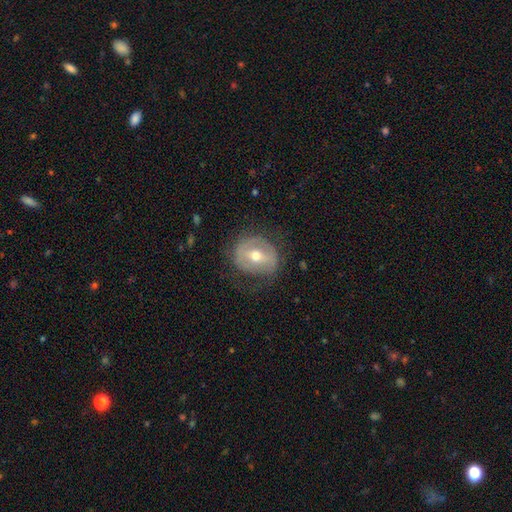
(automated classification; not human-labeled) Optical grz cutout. It shows a featured or disk galaxy (60%) with a weak bar (38%), no spiral arms (58%) and a moderate central bulge (72%). Merging: none (70%).